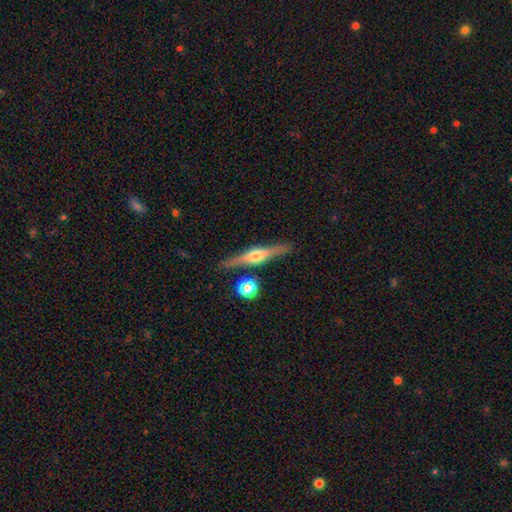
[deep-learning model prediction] Smooth or featured: featured or disk — 73% (smooth — 20%)
Edge-on disk: yes — 96% (no — 4%)
Edge-on bulge: rounded — 89% (boxy — 8%)
Merging: none — 85% (minor disturbance — 9%)